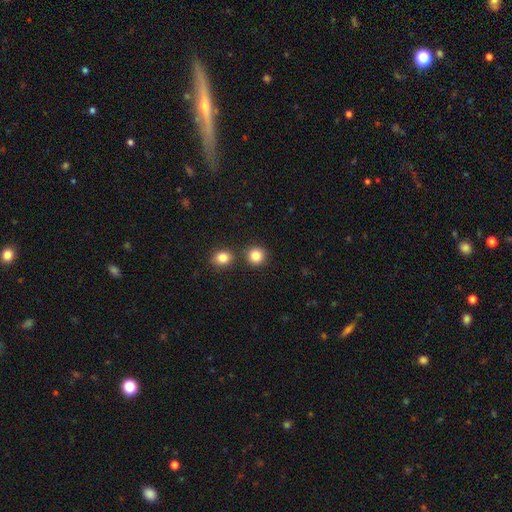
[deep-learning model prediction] This is clearly a smooth galaxy (85%). How rounded: clearly round (90%). Merging: clearly none (80%).